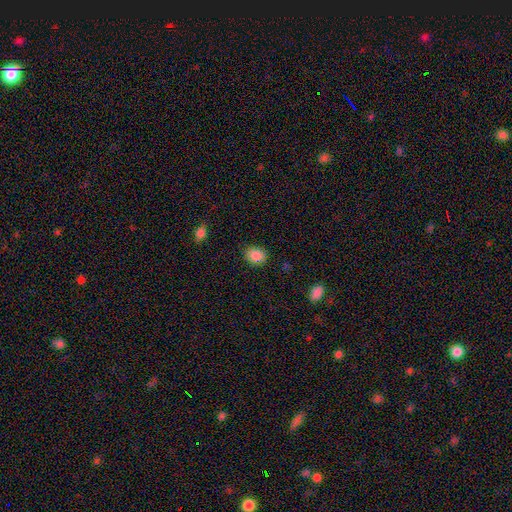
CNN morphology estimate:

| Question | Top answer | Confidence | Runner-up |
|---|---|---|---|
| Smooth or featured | smooth | 87% | star or artifact (9%) |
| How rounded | round | 54% | in between (45%) |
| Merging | none | 84% | minor disturbance (11%) |